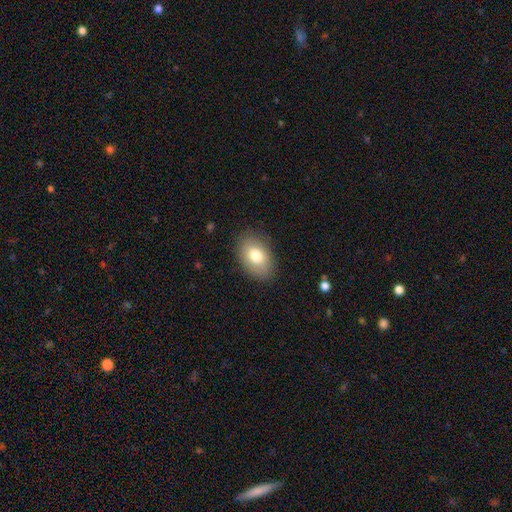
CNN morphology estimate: smooth_or_featured: smooth (p=0.78) [alt: featured or disk p=0.15]
how_rounded: in between (p=0.84) [alt: round p=0.15]
merging: none (p=0.85) [alt: minor disturbance p=0.11]